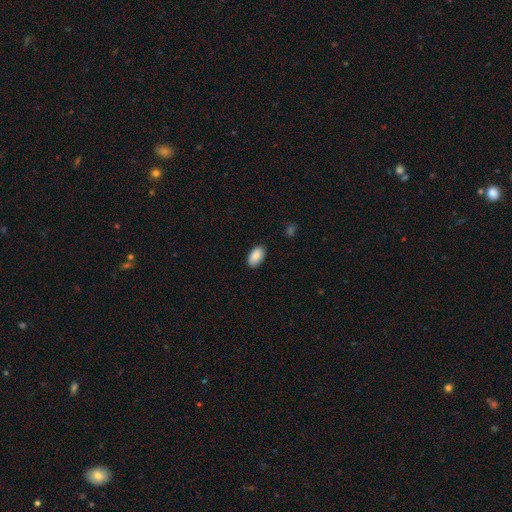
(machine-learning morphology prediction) type=smooth (89%); roundness=in between (95%); merging=none (86%).